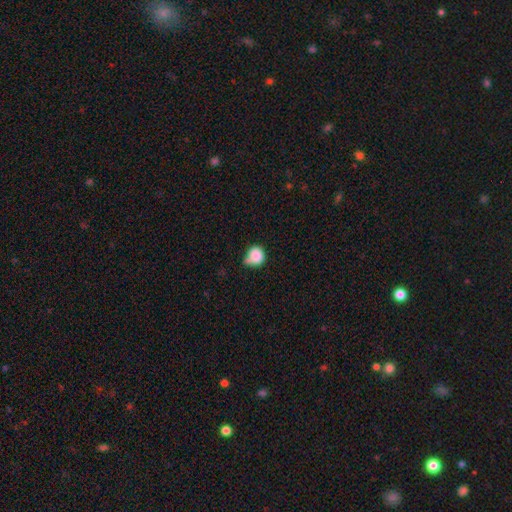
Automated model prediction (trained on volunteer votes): A smooth galaxy with no disk features (85%) that is round (78%). Merging: none (40%).